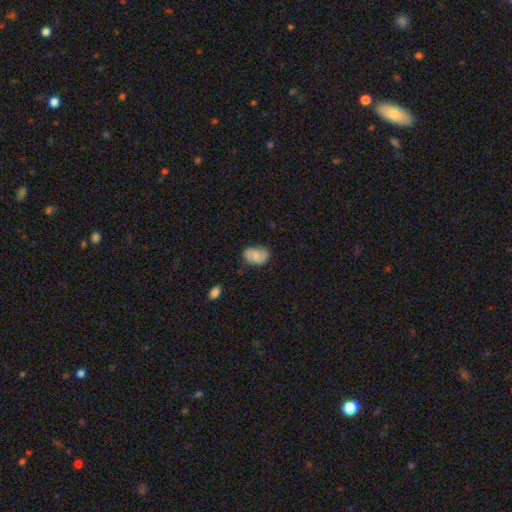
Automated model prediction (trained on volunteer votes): A smooth galaxy with no disk features (60%) that is in between round and cigar-shaped (86%). Merging: none (65%).